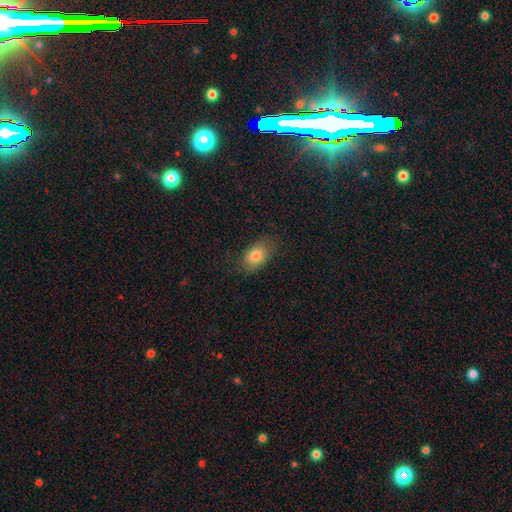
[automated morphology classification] Smooth or featured? smooth (78%)
How rounded? in between (88%)
Merging? none (77%)